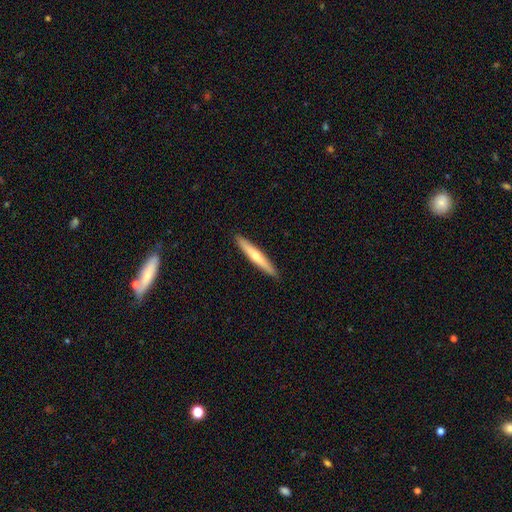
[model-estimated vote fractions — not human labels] Smooth or featured?
  - smooth: 49% *
  - featured or disk: 46%
  - star or artifact: 5%
Merging?
  - none: 91% *
  - minor disturbance: 6%
  - major disturbance: 1%
  - merger: 1%